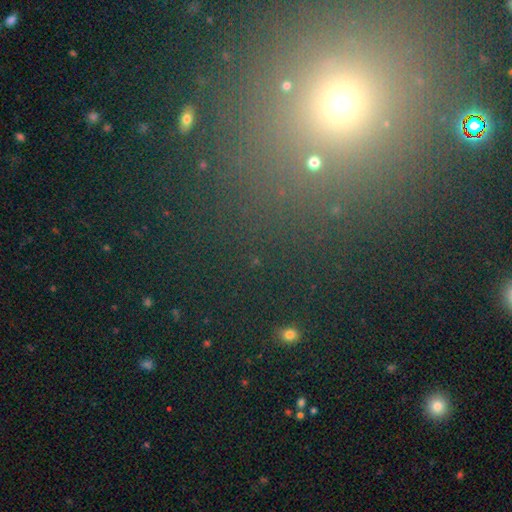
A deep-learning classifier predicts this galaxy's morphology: Overall: star or artifact (54%; smooth 38%).